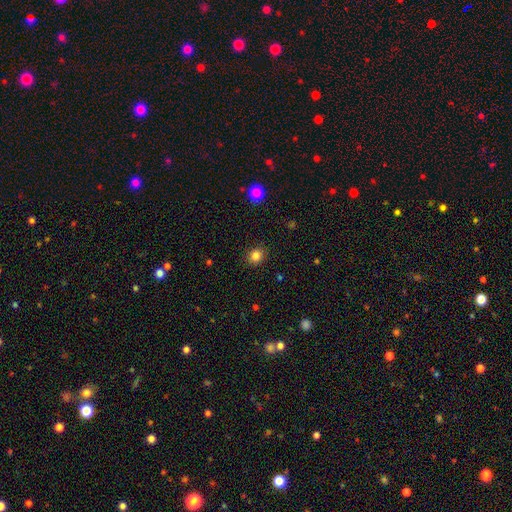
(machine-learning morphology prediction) Smooth or featured?
  - smooth: 84% *
  - star or artifact: 11%
  - featured or disk: 4%
How rounded?
  - round: 74% *
  - in between: 25%
  - cigar-shaped: 1%
Merging?
  - none: 89% *
  - minor disturbance: 8%
  - major disturbance: 2%
  - merger: 1%